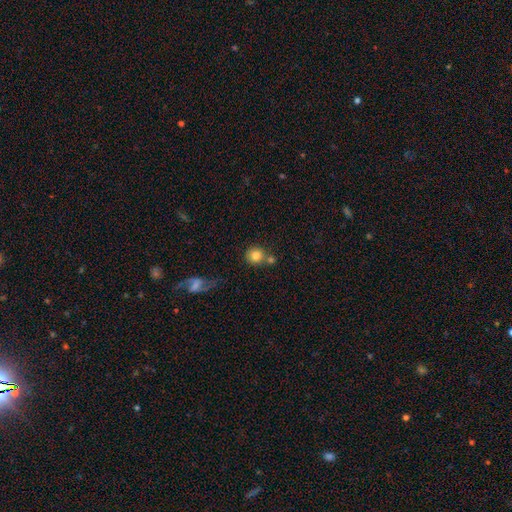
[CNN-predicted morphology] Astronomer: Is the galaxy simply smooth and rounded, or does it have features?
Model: smooth — 81%.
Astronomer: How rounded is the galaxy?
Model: round — 87%.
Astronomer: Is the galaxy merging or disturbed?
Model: none — 57%.